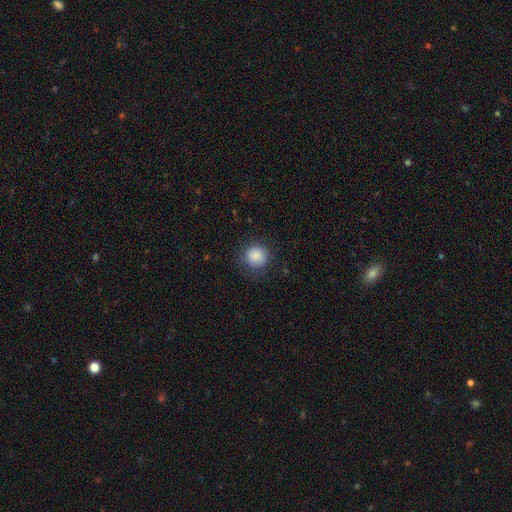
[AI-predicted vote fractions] This is clearly a smooth galaxy (87%). How rounded: clearly round (92%). Merging: clearly none (82%).